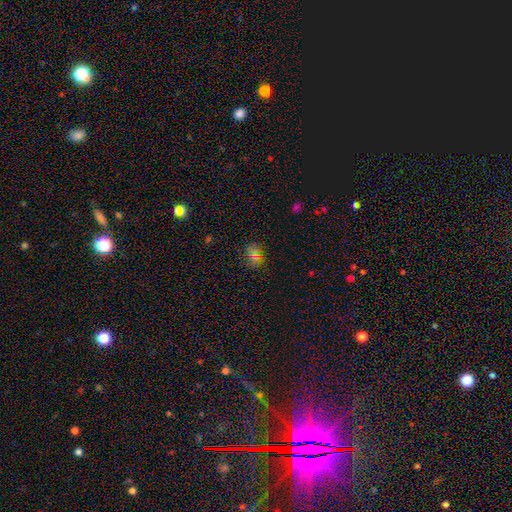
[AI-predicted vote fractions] Morphology: type=smooth (66%); roundness=in between (53%); merging=none (81%).